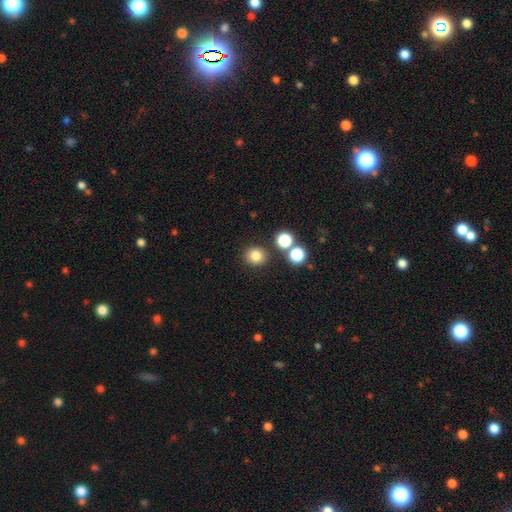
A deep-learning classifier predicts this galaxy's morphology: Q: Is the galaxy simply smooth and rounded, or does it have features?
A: smooth — 80%.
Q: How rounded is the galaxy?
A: round — 88%.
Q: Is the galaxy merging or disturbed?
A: none — 84%.